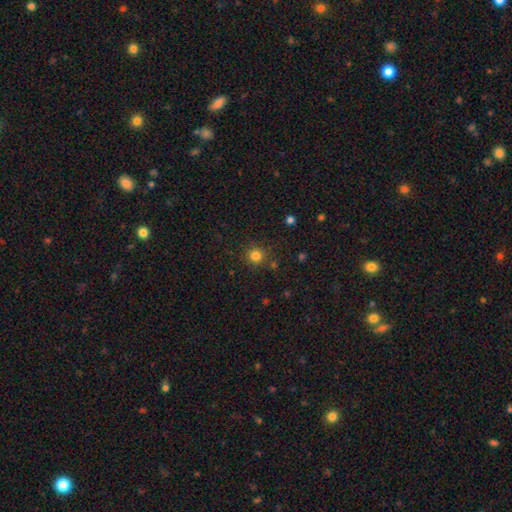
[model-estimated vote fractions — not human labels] Smooth or featured? Predicted: smooth (p=0.81). How rounded? Predicted: round (p=0.94). Merging? Predicted: none (p=0.86).